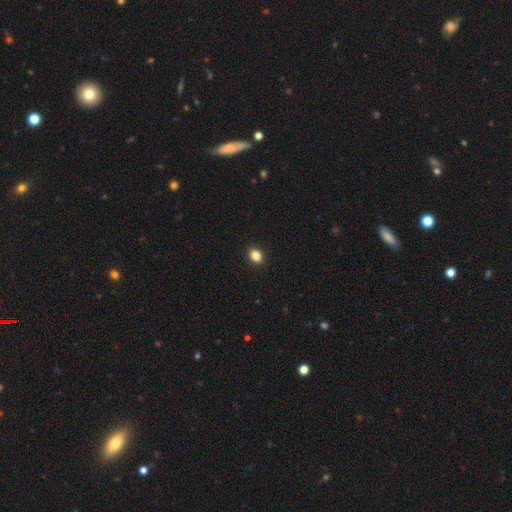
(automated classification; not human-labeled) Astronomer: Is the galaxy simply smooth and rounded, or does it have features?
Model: smooth — 86%.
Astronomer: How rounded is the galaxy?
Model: in between — 50% (runner-up: round, 49%).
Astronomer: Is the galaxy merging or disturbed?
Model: none — 92%.